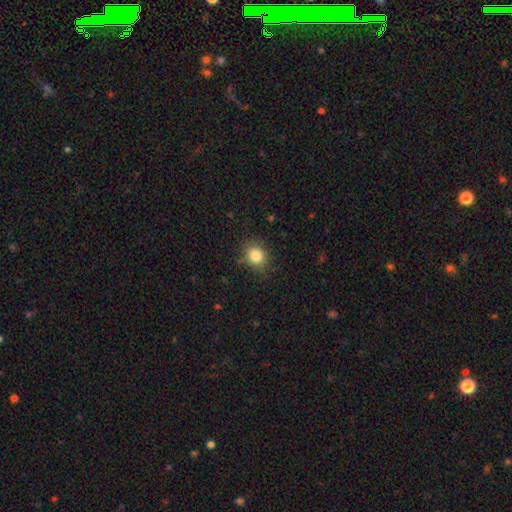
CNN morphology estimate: Smooth or featured? smooth (83%)
How rounded? round (66%)
Merging? none (84%)